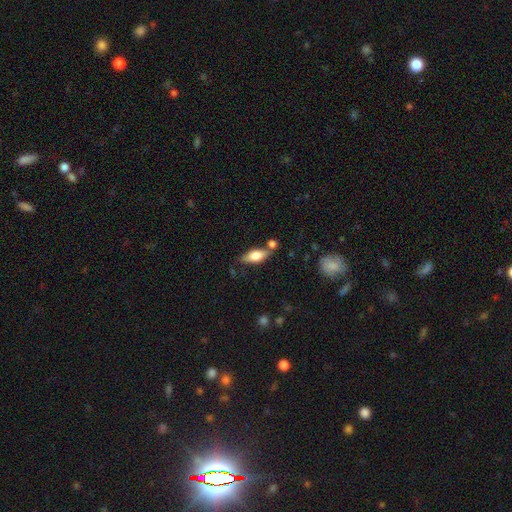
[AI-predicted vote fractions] A smooth galaxy with no disk features (62%) that is in between round and cigar-shaped (70%).

Vote fractions:
- Smooth or featured? smooth: 62% / featured or disk: 31% / star or artifact: 7%
- How rounded? in between: 70% / cigar-shaped: 26% / round: 3%
- Merging? none: 66% / minor disturbance: 16% / merger: 14% / major disturbance: 4%